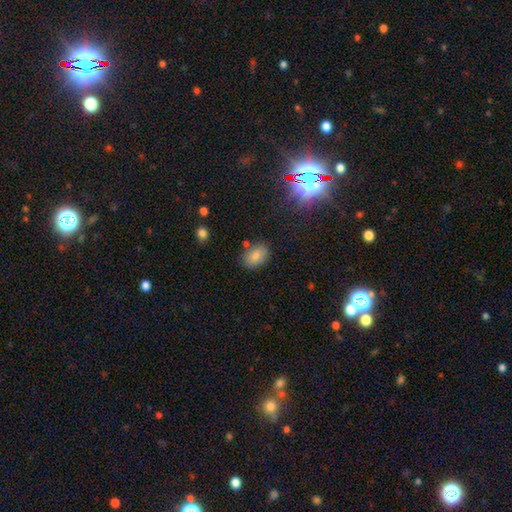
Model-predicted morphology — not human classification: This is clearly a smooth galaxy (82%). How rounded: clearly in between (83%). Merging: likely none (79%).